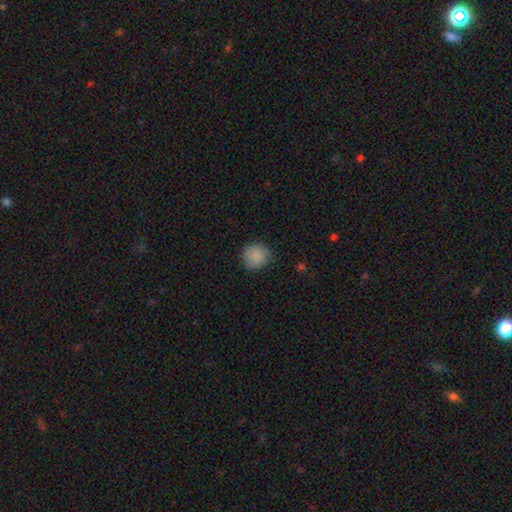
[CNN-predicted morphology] The model was most divided on "merging": none: 81%, minor disturbance: 15%, major disturbance: 3%, merger: 1%. More confident: how rounded — round (88%); smooth or featured — smooth (87%).